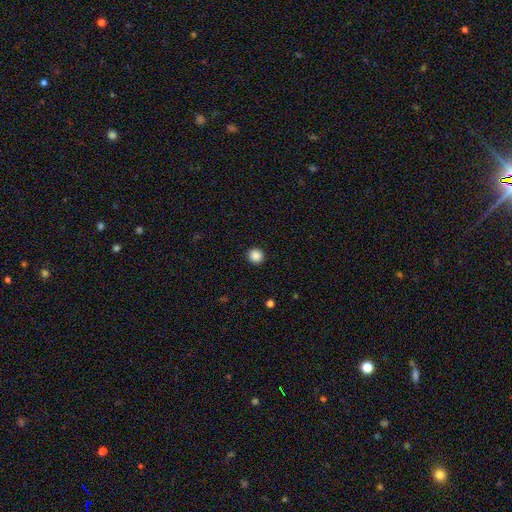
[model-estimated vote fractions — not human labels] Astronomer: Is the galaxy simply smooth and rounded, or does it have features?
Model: smooth — 88%.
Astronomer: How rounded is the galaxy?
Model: round — 93%.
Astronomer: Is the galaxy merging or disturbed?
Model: none — 93%.